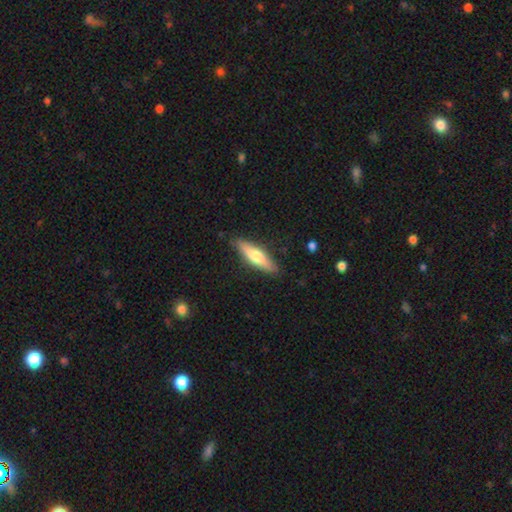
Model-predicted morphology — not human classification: Overall: smooth (60%; featured or disk 34%). How rounded: cigar-shaped (69%; in between 29%). Merging: none (85%).